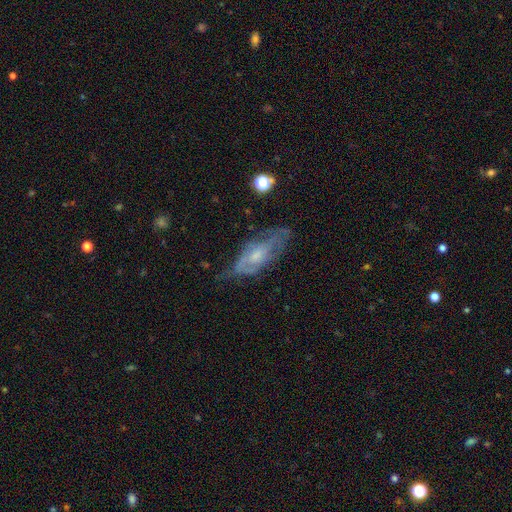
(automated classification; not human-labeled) Morphology: type=featured or disk (65%); edge-on=no (82%); bar=no (70%); spiral arms=yes (65%); bulge=small (44%); merging=none (51%).